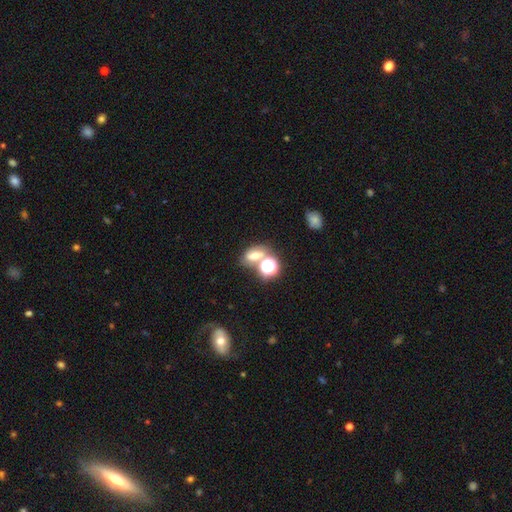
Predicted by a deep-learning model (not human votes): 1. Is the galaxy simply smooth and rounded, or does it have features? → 53% smooth, 29% star or artifact, 18% featured or disk.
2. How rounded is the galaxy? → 68% in between, 30% round, 3% cigar-shaped.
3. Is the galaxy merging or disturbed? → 47% none, 34% merger, 12% minor disturbance, 7% major disturbance.